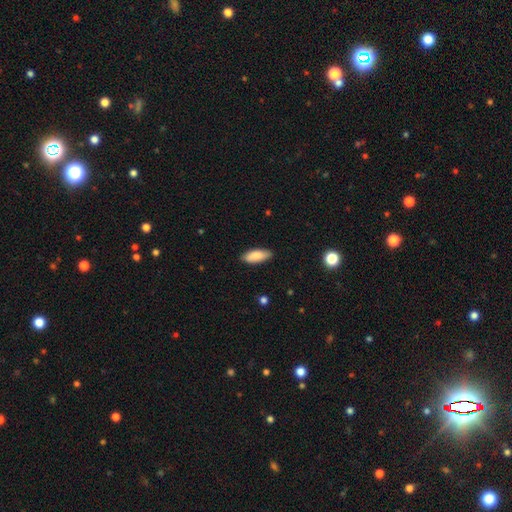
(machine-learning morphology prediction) Smooth or featured: smooth — 86% (featured or disk — 8%)
How rounded: in between — 76% (cigar-shaped — 22%)
Merging: none — 86% (minor disturbance — 11%)